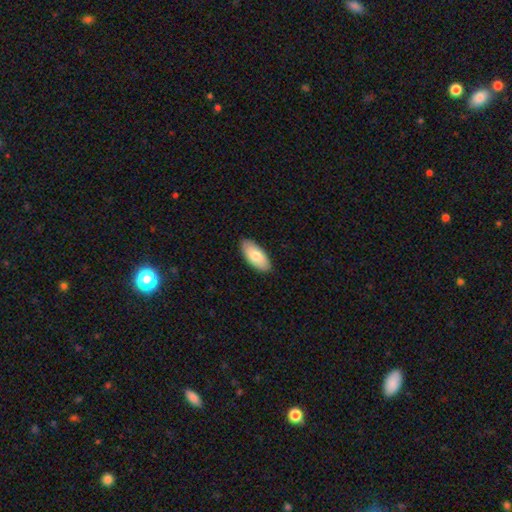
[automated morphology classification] Q: Smooth or featured?
A: smooth (78%); runner-up: featured or disk (17%)
Q: How rounded?
A: in between (91%); runner-up: cigar-shaped (7%)
Q: Merging?
A: none (88%); runner-up: minor disturbance (9%)